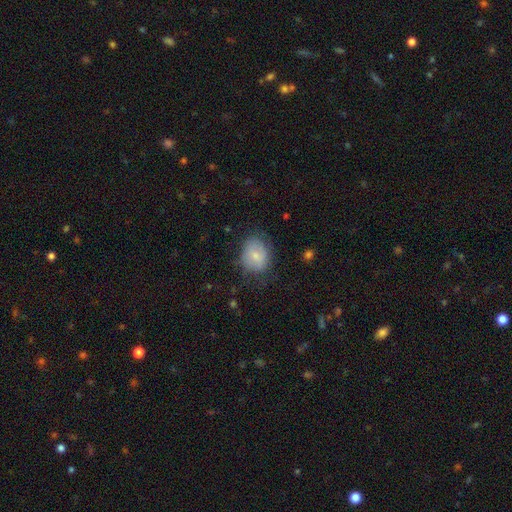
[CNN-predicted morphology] A smooth galaxy with no disk features (74%) that is round (54%).

Vote fractions:
- Smooth or featured? smooth: 74% / featured or disk: 18% / star or artifact: 8%
- How rounded? round: 54% / in between: 45% / cigar-shaped: 1%
- Merging? none: 64% / minor disturbance: 25% / major disturbance: 10% / merger: 1%